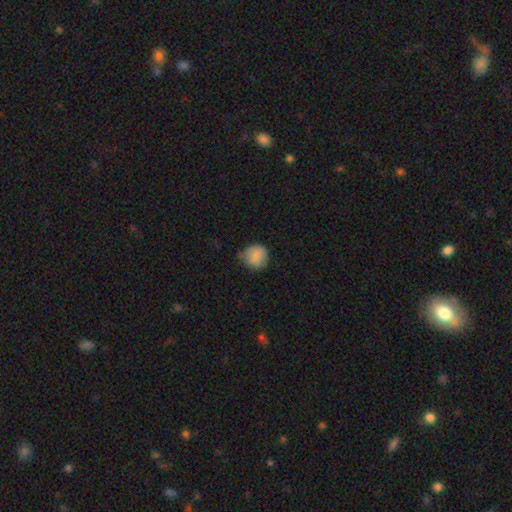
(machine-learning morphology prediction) Smooth or featured?
  - smooth: 81% *
  - featured or disk: 11%
  - star or artifact: 8%
How rounded?
  - round: 82% *
  - in between: 17%
  - cigar-shaped: 1%
Merging?
  - none: 60% *
  - minor disturbance: 31%
  - major disturbance: 7%
  - merger: 2%